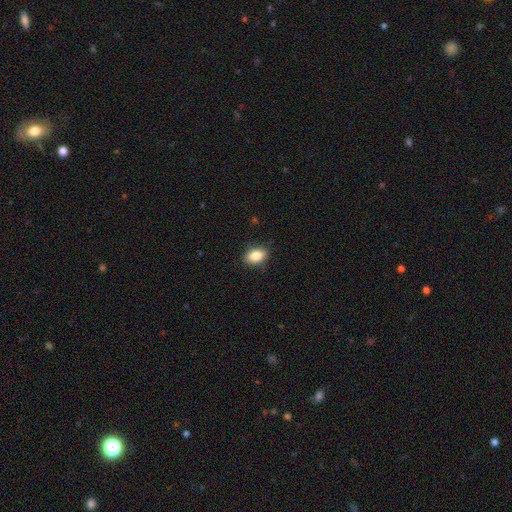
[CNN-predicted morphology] Smooth or featured: smooth — 85% (star or artifact — 8%)
How rounded: in between — 84% (round — 14%)
Merging: none — 87% (minor disturbance — 10%)